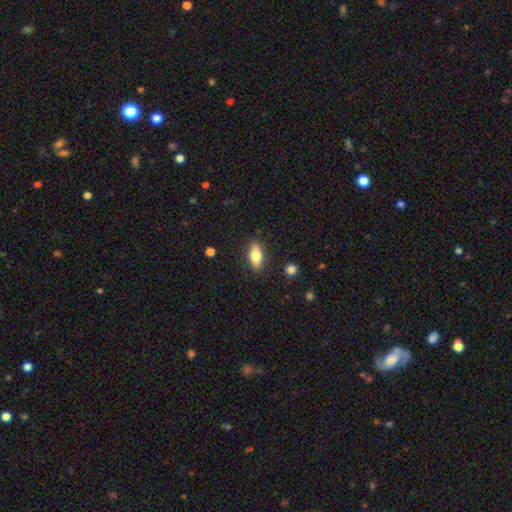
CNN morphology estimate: smooth 69%, featured or disk 25%, star or artifact 7%. Down the decision tree: how rounded — in between (71%); merging — none (87%).